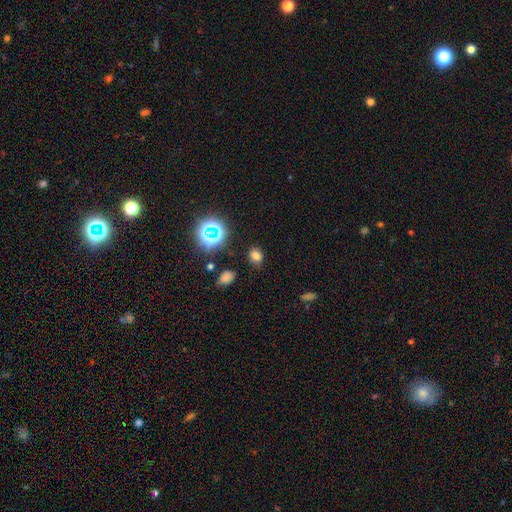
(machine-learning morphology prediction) smooth-or-featured: smooth: 69% | star or artifact: 24% | featured or disk: 7%
  how-rounded: in between: 60% | round: 39% | cigar-shaped: 1%
  merging: none: 81% | minor disturbance: 12% | major disturbance: 4% | merger: 3%